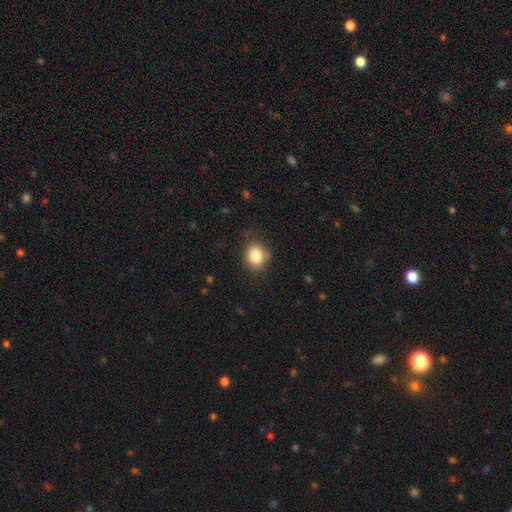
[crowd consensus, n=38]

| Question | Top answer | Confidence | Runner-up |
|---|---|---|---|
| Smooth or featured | smooth | 82% | star or artifact (11%) |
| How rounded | round | 58% | in between (42%) |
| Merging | none | 85% | minor disturbance (15%) |